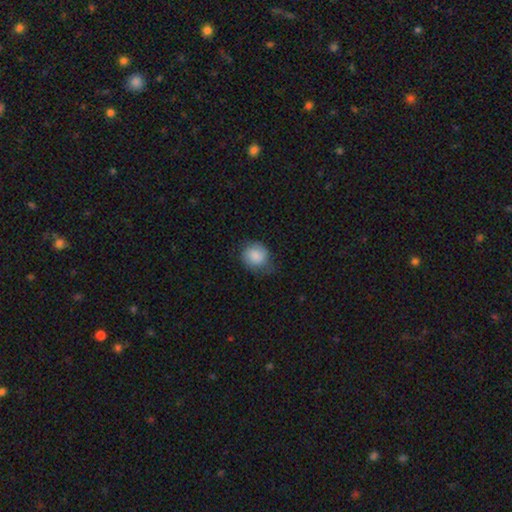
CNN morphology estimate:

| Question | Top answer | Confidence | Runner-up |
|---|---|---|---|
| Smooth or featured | smooth | 84% | featured or disk (9%) |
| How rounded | round | 77% | in between (22%) |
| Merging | none | 59% | minor disturbance (31%) |